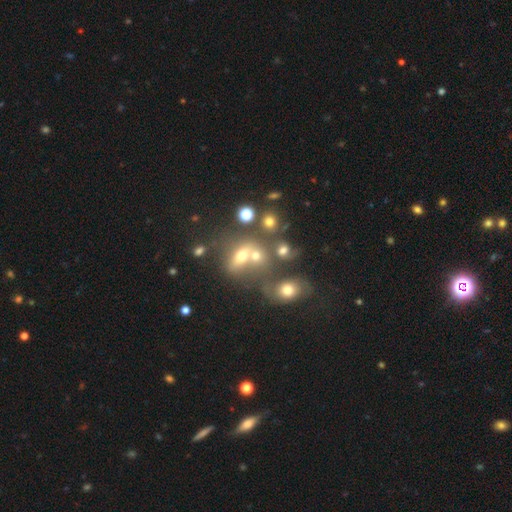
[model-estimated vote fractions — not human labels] This is possibly a smooth galaxy (60%). How rounded: possibly in between (50%). Merging: marginally merger (45%).